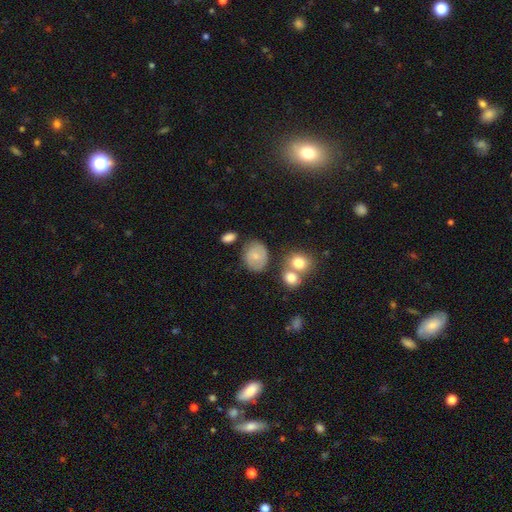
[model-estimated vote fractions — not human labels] This is likely a smooth galaxy (66%). How rounded: possibly round (51%). Merging: likely none (70%).